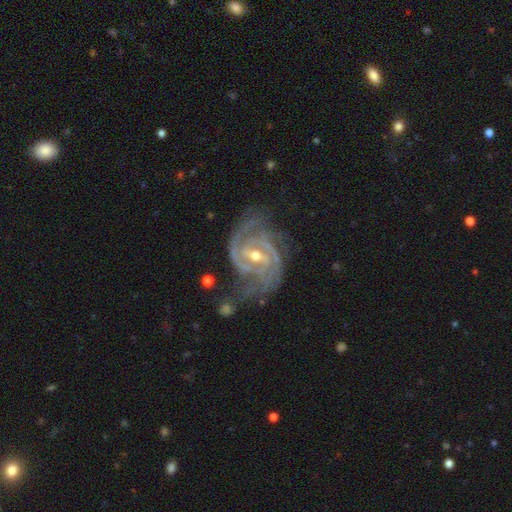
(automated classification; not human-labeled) A featured or disk galaxy (93%) with a weak bar (48%), 2 (38%) tight (64%) spiral arms (98%) and a moderate central bulge (55%). Merging: none (63%).